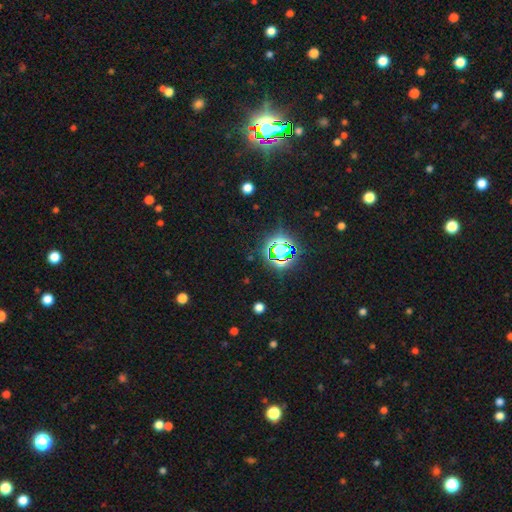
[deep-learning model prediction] smooth_or_featured: star or artifact (p=0.80) [alt: smooth p=0.13]